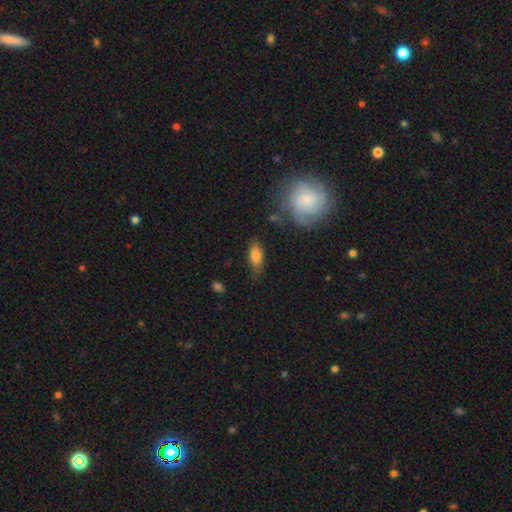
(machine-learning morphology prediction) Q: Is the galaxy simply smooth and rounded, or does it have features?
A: smooth — 76%.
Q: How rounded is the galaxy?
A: in between — 81%.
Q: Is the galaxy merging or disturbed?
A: none — 64%.